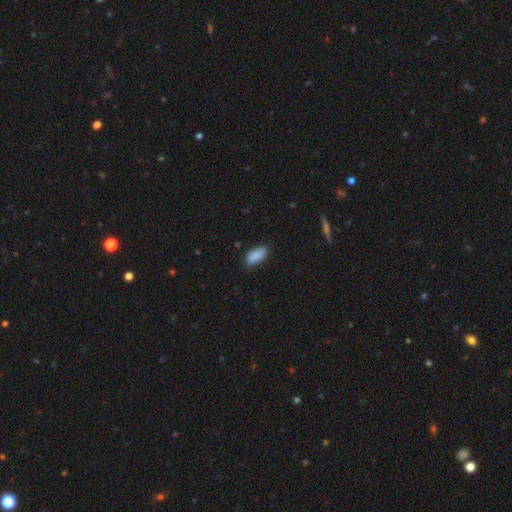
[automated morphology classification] This appears to be a smooth galaxy with no disk features (89%) that is in between round and cigar-shaped (88%). Merging: none (83%).